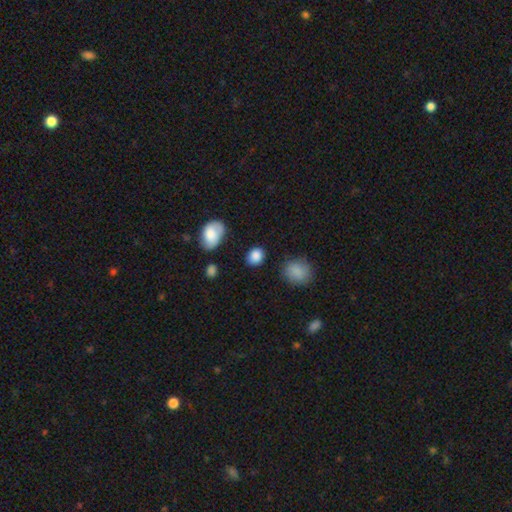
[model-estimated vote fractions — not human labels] smooth_or_featured: smooth (p=0.87) [alt: star or artifact p=0.09]
how_rounded: round (p=0.53) [alt: in between p=0.46]
merging: none (p=0.82) [alt: minor disturbance p=0.12]